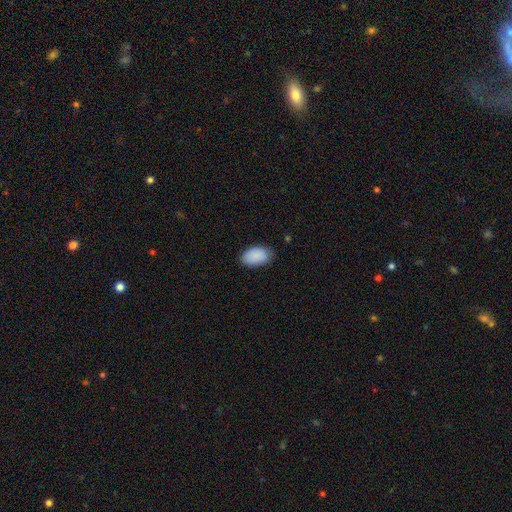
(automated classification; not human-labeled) smooth 90%, star or artifact 7%, featured or disk 4%. Down the decision tree: how rounded — in between (93%); merging — none (79%).